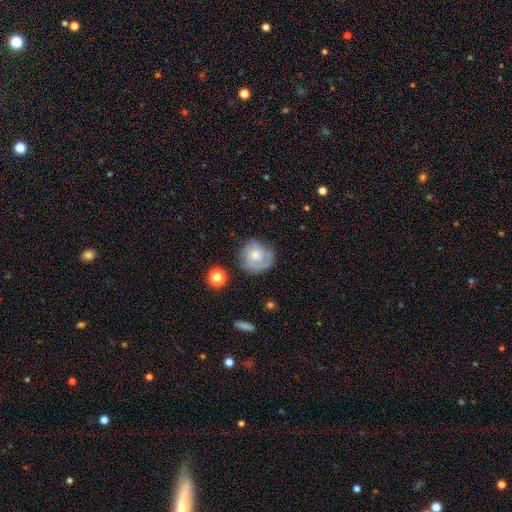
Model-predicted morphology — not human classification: This appears to be a featured or disk galaxy (70%) with no bar (74%), 2 (39%) tight (64%) spiral arms (91%) and a moderate central bulge (43%). Merging: none (73%).